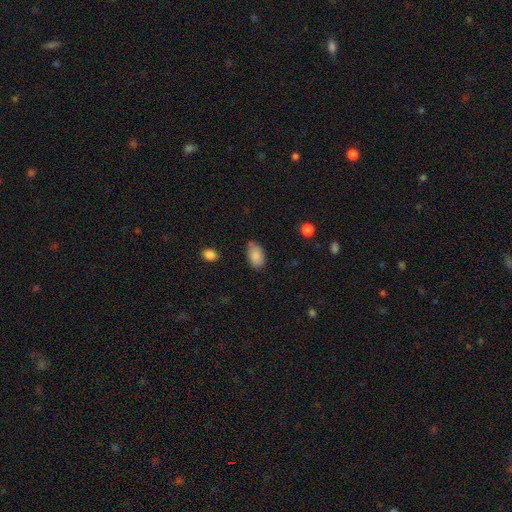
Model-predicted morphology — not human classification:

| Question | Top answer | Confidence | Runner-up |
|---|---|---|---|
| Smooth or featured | smooth | 86% | star or artifact (7%) |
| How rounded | in between | 92% | round (7%) |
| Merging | none | 68% | minor disturbance (25%) |